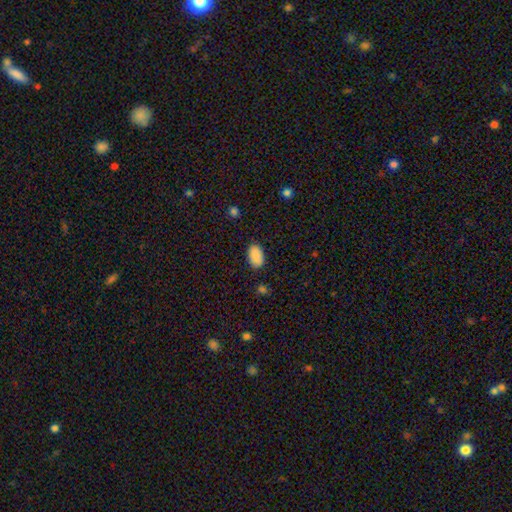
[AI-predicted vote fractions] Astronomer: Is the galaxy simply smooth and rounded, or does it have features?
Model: smooth — 90%.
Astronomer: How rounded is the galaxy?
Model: in between — 94%.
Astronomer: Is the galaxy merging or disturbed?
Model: none — 87%.